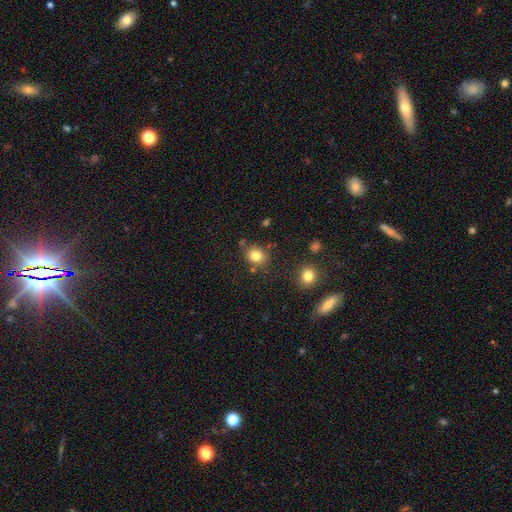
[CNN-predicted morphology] Overall: smooth (81%). How rounded: round (62%; in between 37%). Merging: none (75%).